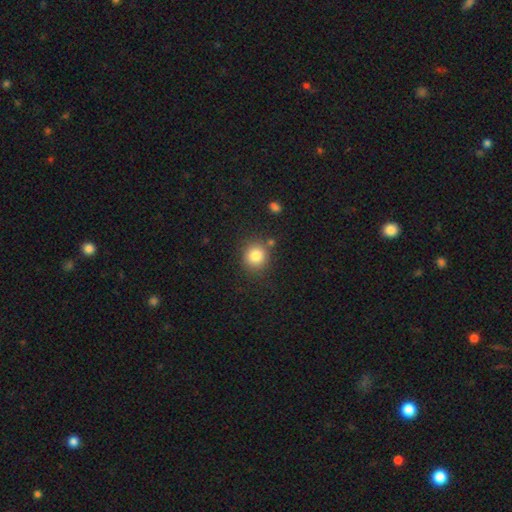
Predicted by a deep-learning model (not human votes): Smooth or featured: smooth — 84% (star or artifact — 10%)
How rounded: round — 88% (in between — 11%)
Merging: none — 80% (minor disturbance — 11%)